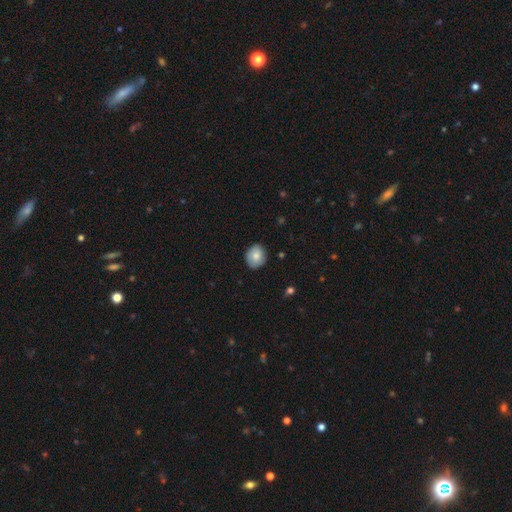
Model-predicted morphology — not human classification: A smooth galaxy with no disk features (80%) that is round (65%).

Vote fractions:
- Smooth or featured? smooth: 80% / featured or disk: 12% / star or artifact: 7%
- How rounded? round: 65% / in between: 34% / cigar-shaped: 1%
- Merging? none: 85% / minor disturbance: 12% / major disturbance: 2% / merger: 1%